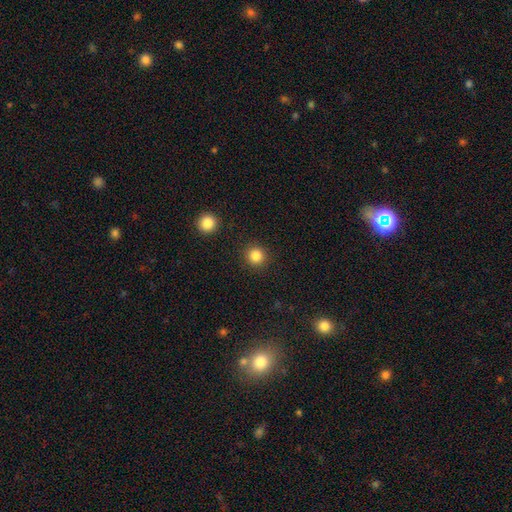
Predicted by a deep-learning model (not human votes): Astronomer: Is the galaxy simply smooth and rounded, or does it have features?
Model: smooth — 84%.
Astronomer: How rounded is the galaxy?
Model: round — 93%.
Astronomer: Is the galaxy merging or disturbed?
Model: none — 91%.